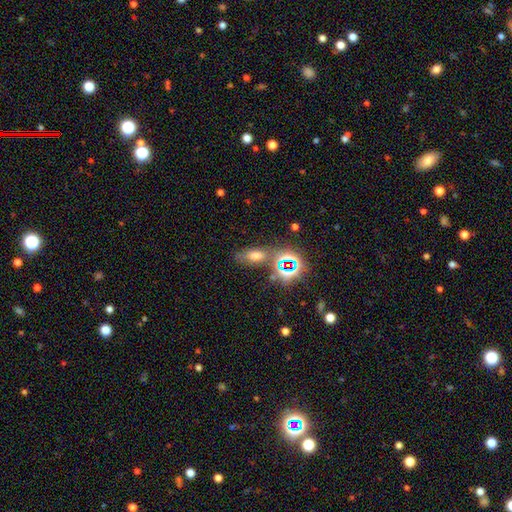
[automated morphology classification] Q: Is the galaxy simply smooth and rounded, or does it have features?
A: smooth — 53%.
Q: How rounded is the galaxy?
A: in between — 81%.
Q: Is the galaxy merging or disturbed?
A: none — 61%.